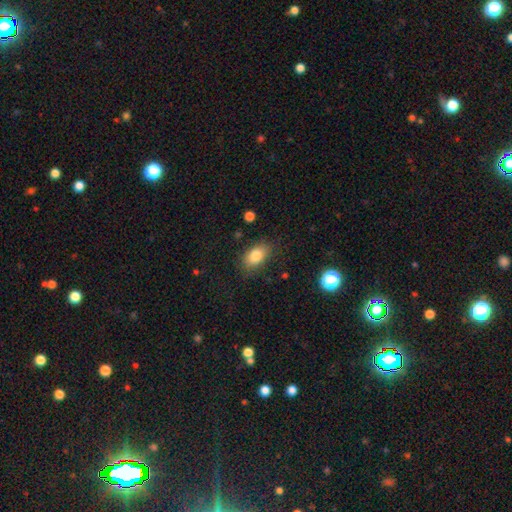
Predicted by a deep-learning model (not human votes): This is clearly a smooth galaxy (83%). How rounded: clearly in between (87%). Merging: likely none (79%).